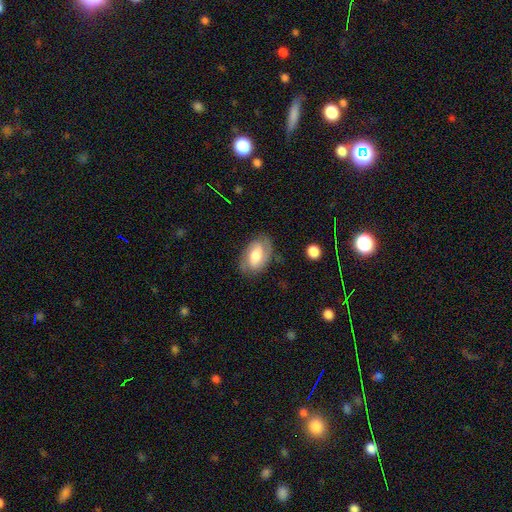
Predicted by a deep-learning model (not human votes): smooth-or-featured: featured or disk: 48% | smooth: 45% | star or artifact: 7%
  merging: none: 75% | minor disturbance: 18% | major disturbance: 6% | merger: 2%